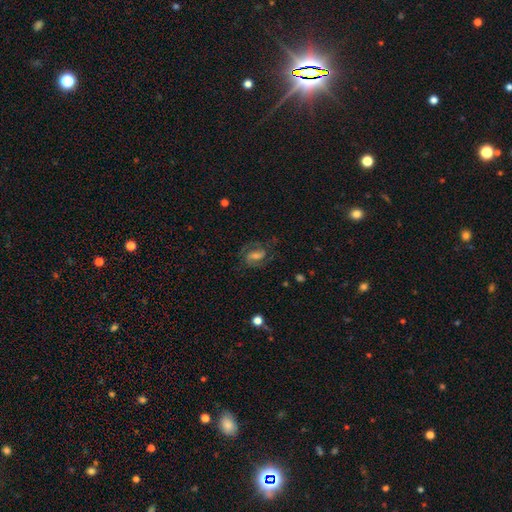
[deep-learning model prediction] A featured or disk galaxy (74%) with a weak bar (50%), 2 (85%) medium (55%) spiral arms (94%) and a small central bulge (40%). Merging: none (76%).